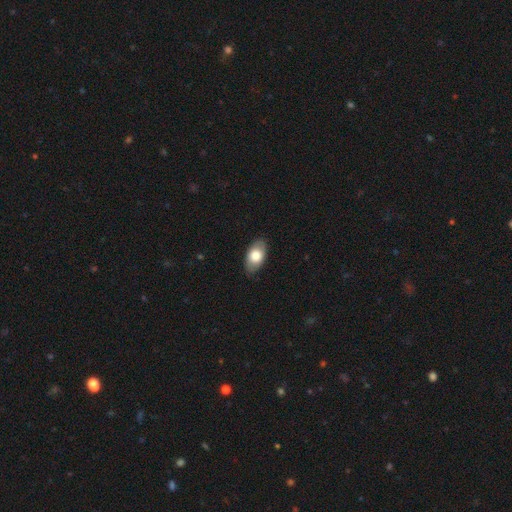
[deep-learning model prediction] Morphology: type=smooth (75%); roundness=in between (93%); merging=none (85%).